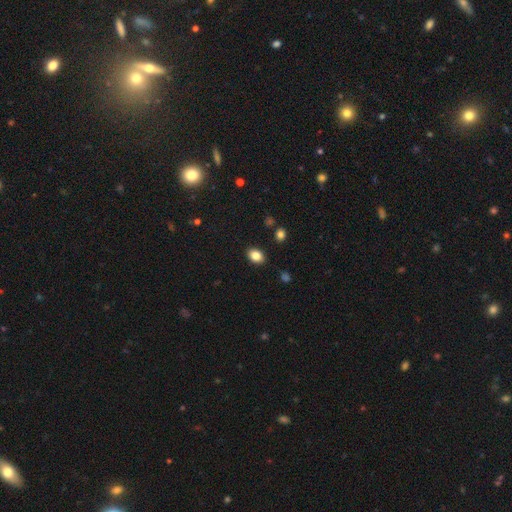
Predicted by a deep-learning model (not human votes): Q: Smooth or featured?
A: smooth (85%); runner-up: star or artifact (9%)
Q: How rounded?
A: in between (72%); runner-up: round (27%)
Q: Merging?
A: none (88%); runner-up: minor disturbance (8%)